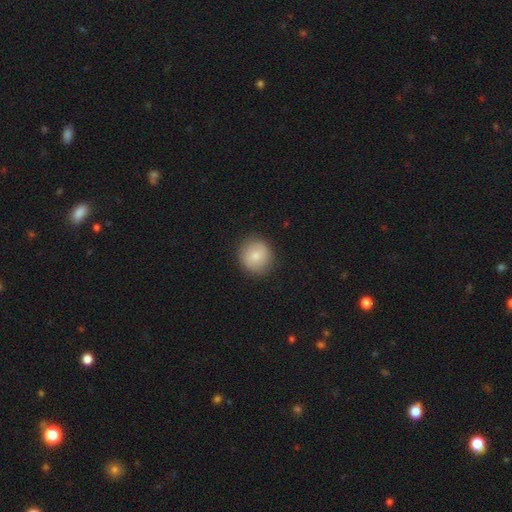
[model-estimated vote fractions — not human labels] Smooth or featured? Predicted: smooth (p=0.82). How rounded? Predicted: round (p=0.90). Merging? Predicted: none (p=0.88).